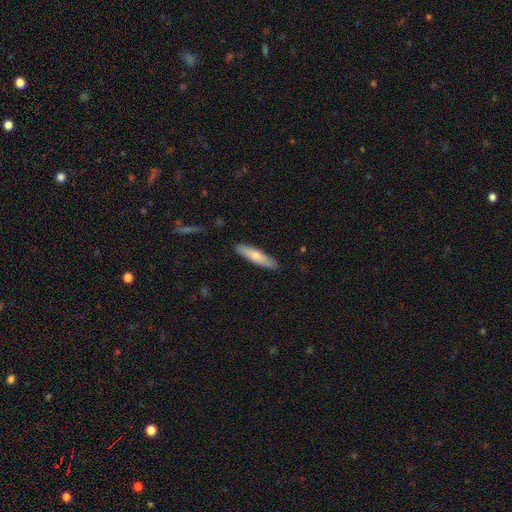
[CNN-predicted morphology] This appears to be a smooth galaxy with no disk features (71%) that is cigar-shaped (80%). Merging: none (89%).